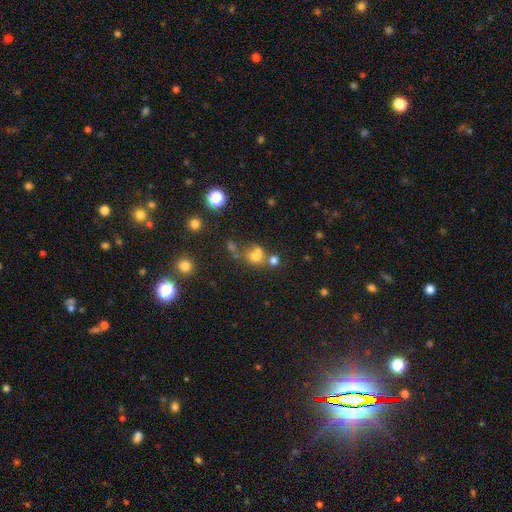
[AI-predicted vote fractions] smooth-or-featured: smooth: 63% | star or artifact: 22% | featured or disk: 15%
  how-rounded: round: 70% | in between: 28% | cigar-shaped: 1%
  merging: none: 42% | merger: 38% | minor disturbance: 12% | major disturbance: 8%